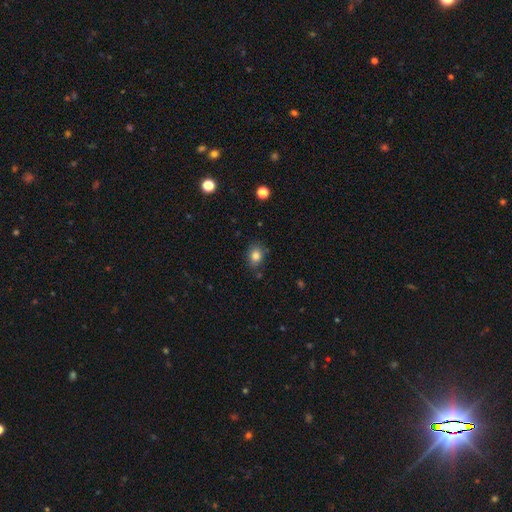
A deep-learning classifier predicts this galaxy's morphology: This is clearly a smooth galaxy (83%). How rounded: possibly in between (53%). Merging: likely none (78%).